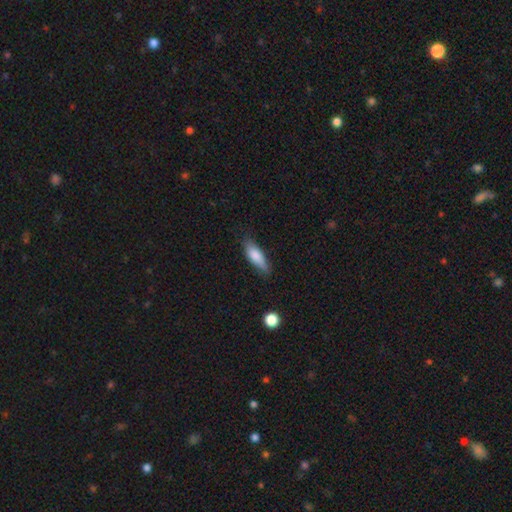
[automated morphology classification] smooth-or-featured: smooth: 80% | featured or disk: 13% | star or artifact: 6%
  how-rounded: in between: 56% | cigar-shaped: 42% | round: 2%
  merging: none: 74% | minor disturbance: 21% | major disturbance: 4% | merger: 2%